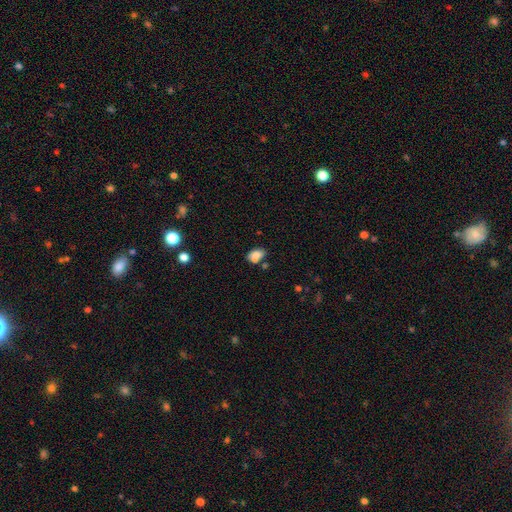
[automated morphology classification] Smooth or featured? smooth (78%)
How rounded? in between (86%)
Merging? none (46%)